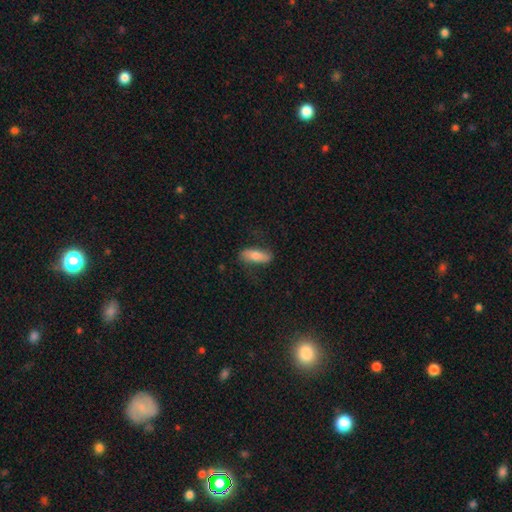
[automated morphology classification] Smooth or featured? Predicted: smooth (p=0.68). How rounded? Predicted: in between (p=0.58). Merging? Predicted: none (p=0.75).